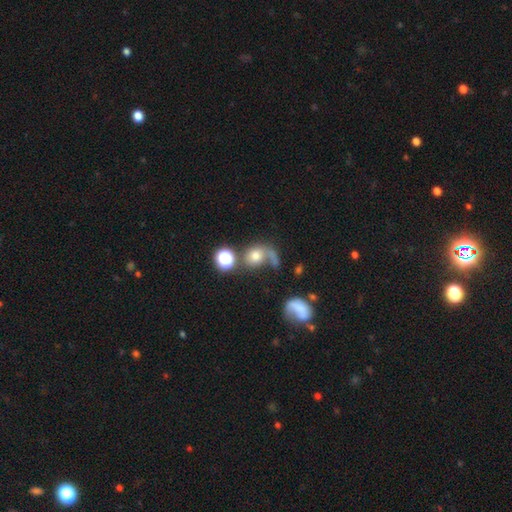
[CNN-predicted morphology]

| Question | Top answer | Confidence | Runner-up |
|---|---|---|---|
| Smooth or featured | smooth | 61% | featured or disk (23%) |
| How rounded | round | 66% | in between (33%) |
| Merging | none | 32% | major disturbance (27%) |